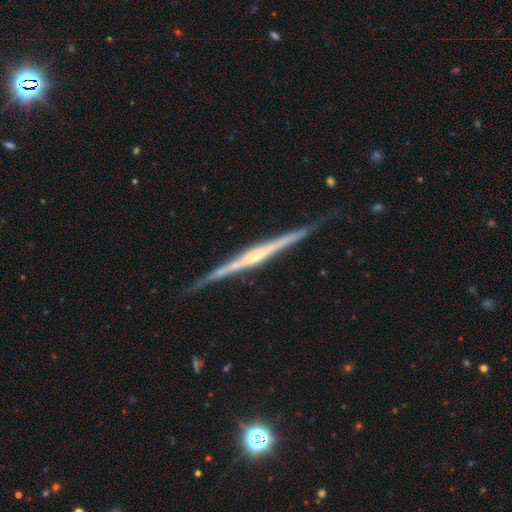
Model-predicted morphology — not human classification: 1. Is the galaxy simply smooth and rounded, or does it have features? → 83% featured or disk, 12% smooth, 5% star or artifact.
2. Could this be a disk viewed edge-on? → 98% yes, 2% no.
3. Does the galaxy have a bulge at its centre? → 42% none, 41% rounded, 17% boxy.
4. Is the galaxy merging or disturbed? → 83% none, 13% minor disturbance, 2% major disturbance, 2% merger.